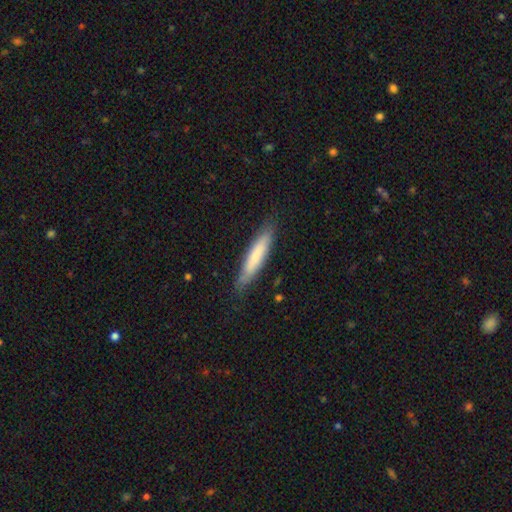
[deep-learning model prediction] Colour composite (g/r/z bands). It shows a smooth galaxy with no disk features (71%) that is cigar-shaped (89%). Merging: none (83%).